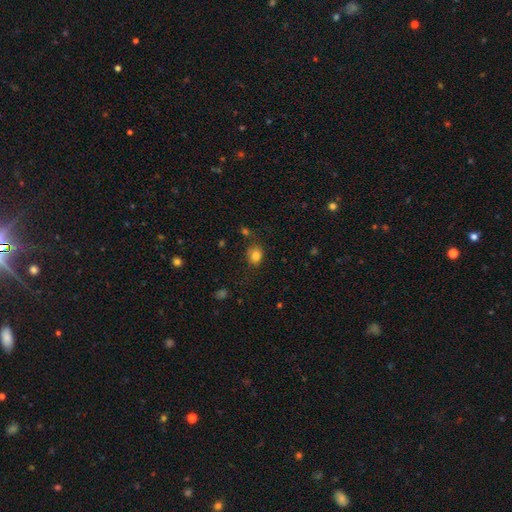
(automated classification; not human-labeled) Morphology: type=smooth (83%); roundness=round (51%); merging=none (71%).